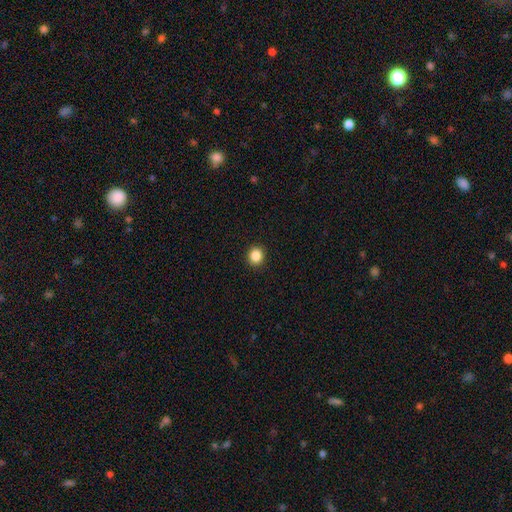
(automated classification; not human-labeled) Smooth or featured: smooth — 86% (star or artifact — 10%)
How rounded: round — 85% (in between — 14%)
Merging: none — 93% (minor disturbance — 5%)